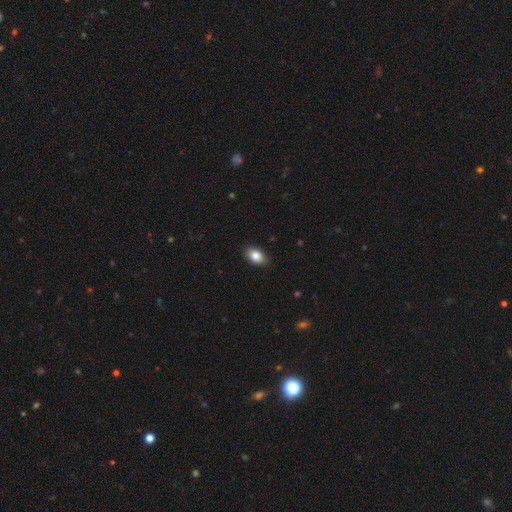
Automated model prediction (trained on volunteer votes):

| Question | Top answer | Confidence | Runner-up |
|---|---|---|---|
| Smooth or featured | smooth | 86% | star or artifact (8%) |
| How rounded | in between | 88% | round (11%) |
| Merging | none | 88% | minor disturbance (9%) |